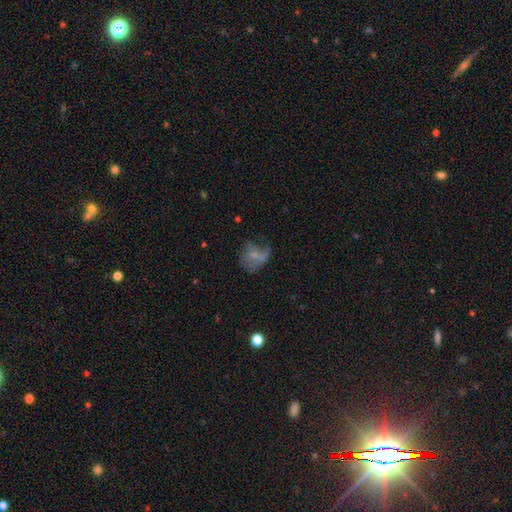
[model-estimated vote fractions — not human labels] A smooth galaxy with no disk features (48%).

Vote fractions:
- Smooth or featured? smooth: 48% / featured or disk: 40% / star or artifact: 12%
- Merging? major disturbance: 37% / none: 31% / minor disturbance: 22% / merger: 9%